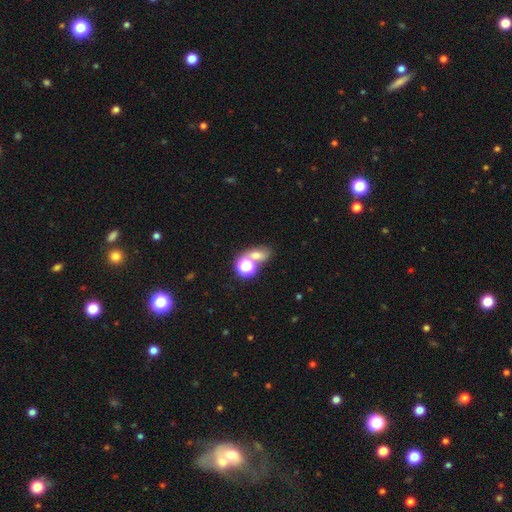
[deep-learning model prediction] Overall: smooth (56%; star or artifact 28%). How rounded: in between (58%; round 39%). Merging: none (44%; merger 38%).